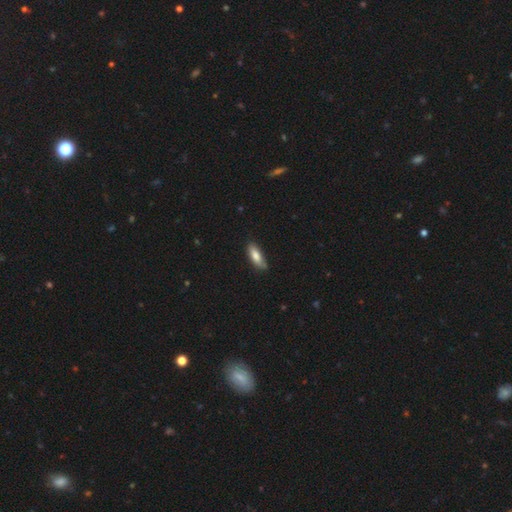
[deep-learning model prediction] smooth_or_featured: smooth (p=0.81) [alt: featured or disk p=0.13]
how_rounded: in between (p=0.67) [alt: cigar-shaped p=0.31]
merging: none (p=0.75) [alt: minor disturbance p=0.20]